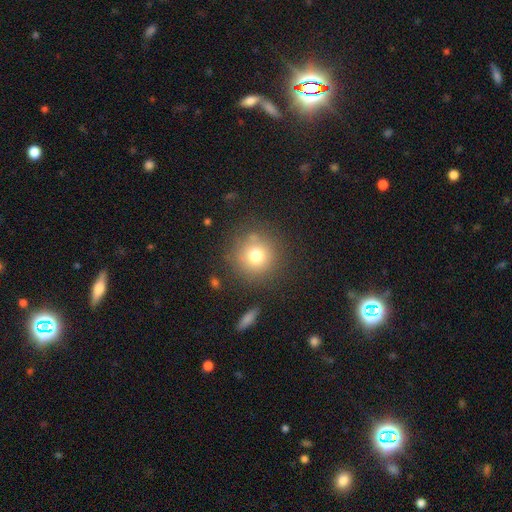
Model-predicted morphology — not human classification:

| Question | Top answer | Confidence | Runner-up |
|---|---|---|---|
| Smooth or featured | smooth | 74% | star or artifact (13%) |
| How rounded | round | 93% | in between (6%) |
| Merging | none | 81% | minor disturbance (11%) |